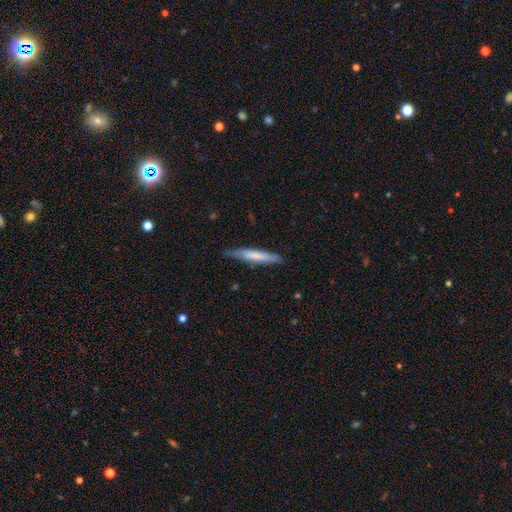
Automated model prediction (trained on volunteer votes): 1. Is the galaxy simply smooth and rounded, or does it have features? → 67% smooth, 28% featured or disk, 5% star or artifact.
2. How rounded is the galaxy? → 92% cigar-shaped, 7% in between, 1% round.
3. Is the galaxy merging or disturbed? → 81% none, 16% minor disturbance, 2% major disturbance, 1% merger.